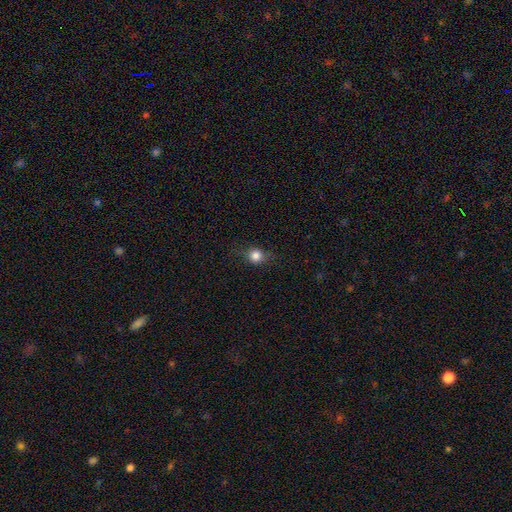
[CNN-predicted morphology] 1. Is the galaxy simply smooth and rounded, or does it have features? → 79% smooth, 12% star or artifact, 9% featured or disk.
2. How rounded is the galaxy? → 80% round, 18% in between, 2% cigar-shaped.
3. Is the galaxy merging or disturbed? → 78% none, 16% minor disturbance, 5% major disturbance, 1% merger.